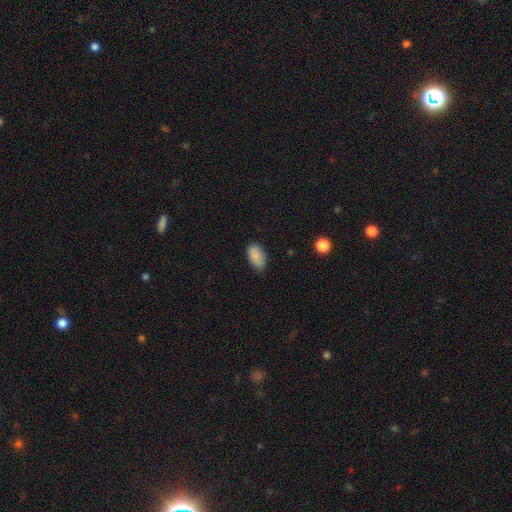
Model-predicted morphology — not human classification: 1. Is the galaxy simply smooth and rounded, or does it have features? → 88% smooth, 8% star or artifact, 4% featured or disk.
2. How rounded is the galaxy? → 94% in between, 4% round, 3% cigar-shaped.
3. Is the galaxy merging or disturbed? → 82% none, 14% minor disturbance, 3% major disturbance, 1% merger.